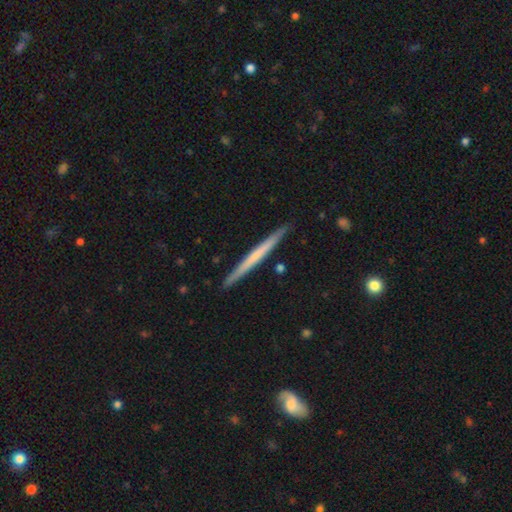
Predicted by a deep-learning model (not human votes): Smooth or featured? Predicted: featured or disk (p=0.48). Merging? Predicted: none (p=0.91).